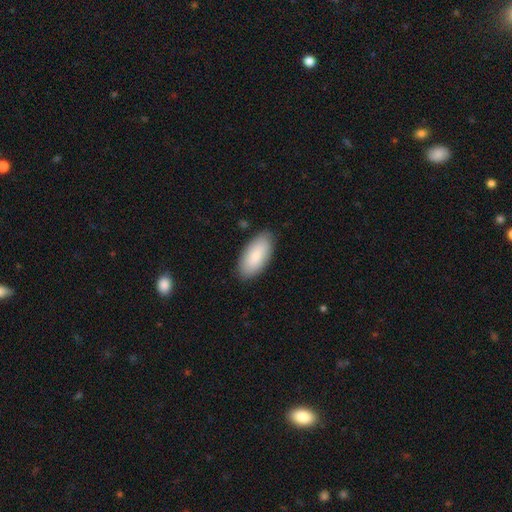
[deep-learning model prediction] Morphology: type=smooth (85%); roundness=in between (92%); merging=none (86%).